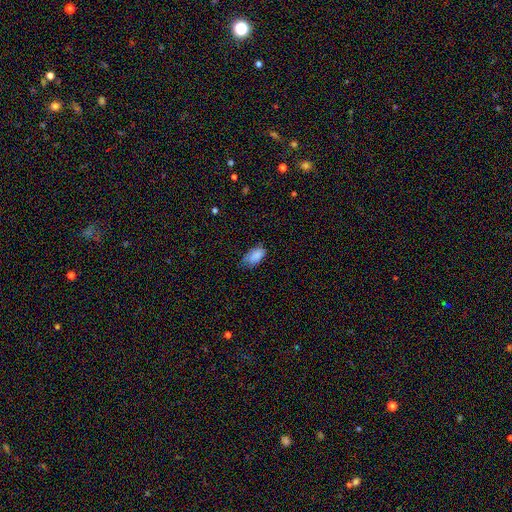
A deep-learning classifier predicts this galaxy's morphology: Smooth or featured? Predicted: smooth (p=0.85). How rounded? Predicted: in between (p=0.93). Merging? Predicted: none (p=0.61).